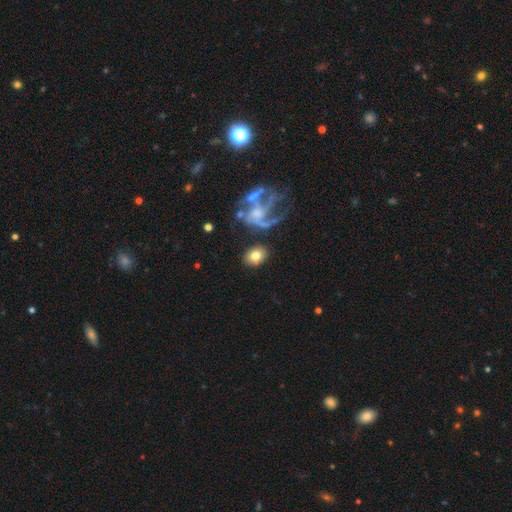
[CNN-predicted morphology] Q: Smooth or featured?
A: smooth (70%); runner-up: featured or disk (22%)
Q: How rounded?
A: in between (54%); runner-up: round (44%)
Q: Merging?
A: none (77%); runner-up: minor disturbance (11%)